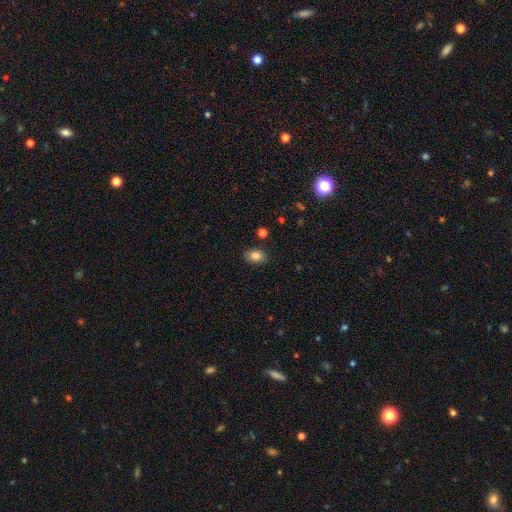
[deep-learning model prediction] The model was most divided on "how rounded": in between: 79%, round: 19%, cigar-shaped: 1%. More confident: smooth or featured — smooth (84%); merging — none (84%).